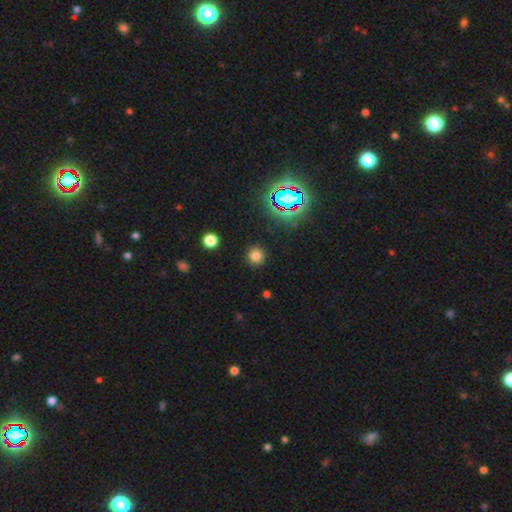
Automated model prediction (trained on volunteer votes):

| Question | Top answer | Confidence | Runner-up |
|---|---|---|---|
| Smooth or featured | smooth | 75% | star or artifact (20%) |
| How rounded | round | 94% | in between (5%) |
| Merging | none | 90% | minor disturbance (6%) |